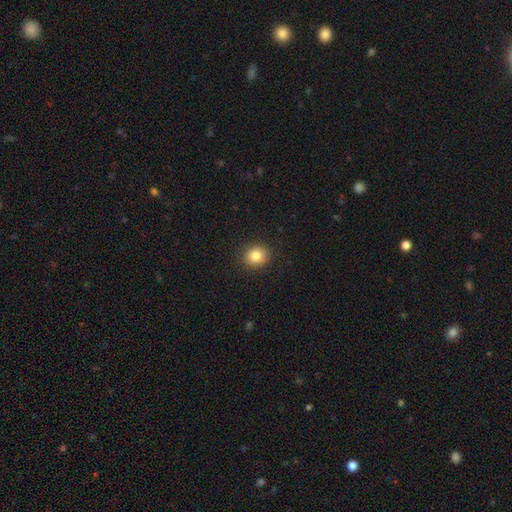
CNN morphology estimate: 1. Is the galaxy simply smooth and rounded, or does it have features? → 84% smooth, 10% star or artifact, 6% featured or disk.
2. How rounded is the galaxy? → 78% round, 21% in between, 1% cigar-shaped.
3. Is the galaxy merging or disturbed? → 89% none, 7% minor disturbance, 2% major disturbance, 1% merger.